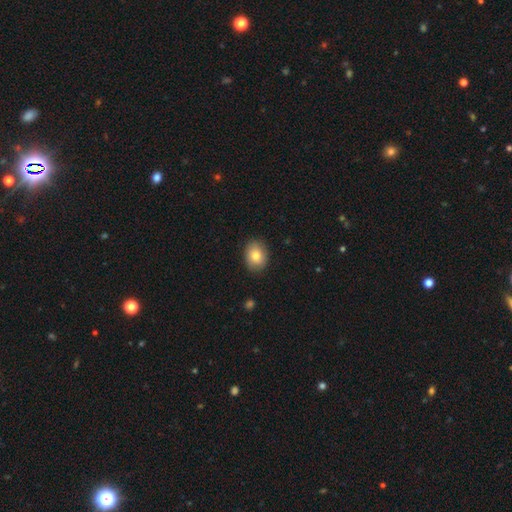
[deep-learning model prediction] Q: Smooth or featured?
A: smooth (80%); runner-up: featured or disk (12%)
Q: How rounded?
A: in between (56%); runner-up: round (43%)
Q: Merging?
A: none (86%); runner-up: minor disturbance (10%)